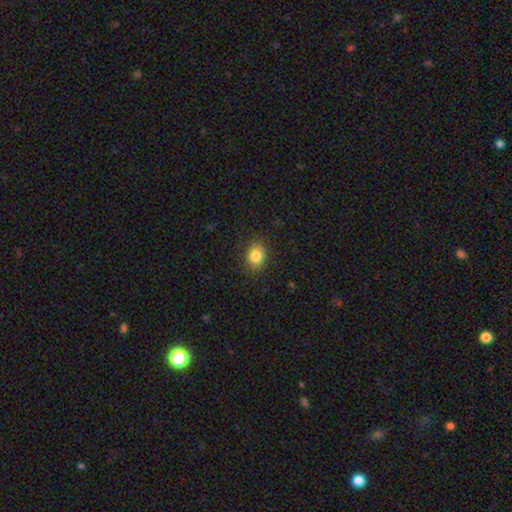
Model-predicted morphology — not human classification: Smooth or featured? smooth (84%)
How rounded? in between (57%)
Merging? none (86%)